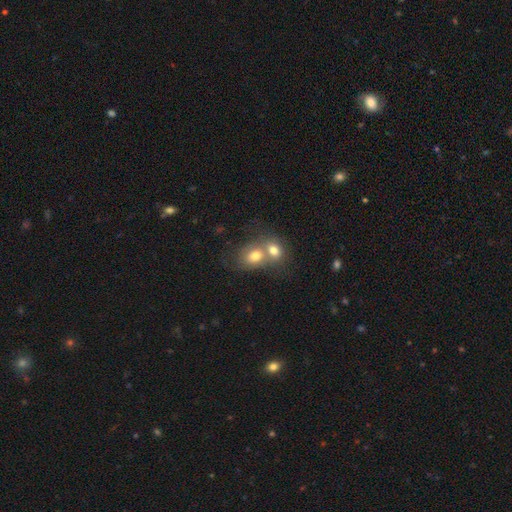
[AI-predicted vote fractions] Q: Smooth or featured?
A: smooth (72%); runner-up: featured or disk (17%)
Q: How rounded?
A: in between (53%); runner-up: round (46%)
Q: Merging?
A: merger (67%); runner-up: none (23%)